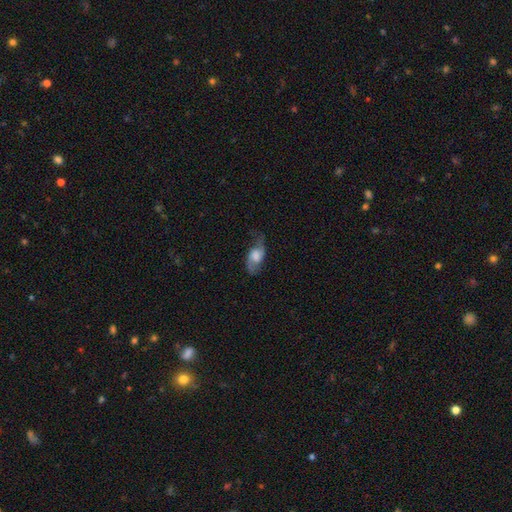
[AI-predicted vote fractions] A featured or disk galaxy (62%) with no bar (62%), spiral arms (89%) and a large central bulge (42%). Merging: none (62%).